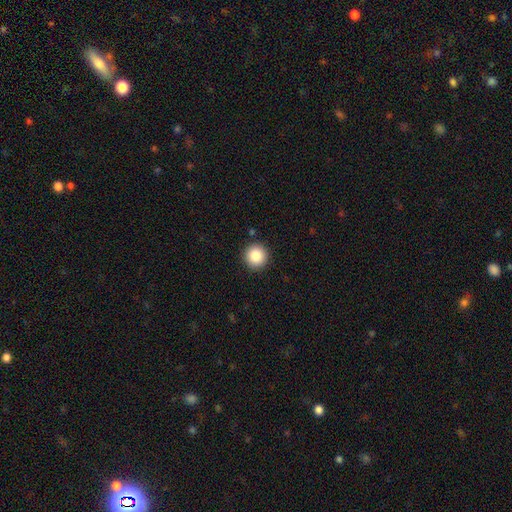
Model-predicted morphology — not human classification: Smooth or featured: smooth — 85% (star or artifact — 9%)
How rounded: round — 95% (in between — 4%)
Merging: none — 92% (minor disturbance — 5%)